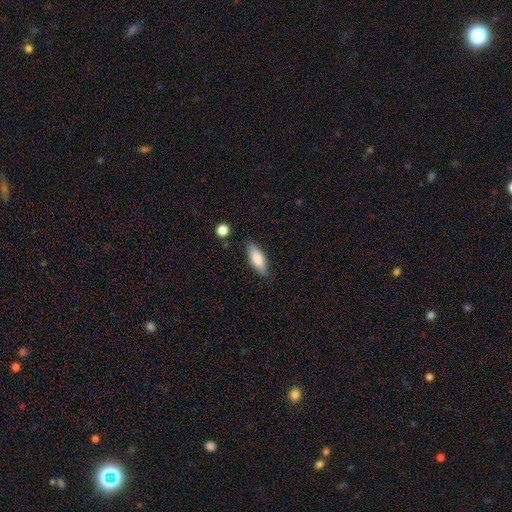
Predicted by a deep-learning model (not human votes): A smooth galaxy with no disk features (84%) that is in between round and cigar-shaped (71%).

Vote fractions:
- Smooth or featured? smooth: 84% / featured or disk: 10% / star or artifact: 6%
- How rounded? in between: 71% / cigar-shaped: 27% / round: 2%
- Merging? none: 81% / minor disturbance: 13% / major disturbance: 3% / merger: 2%